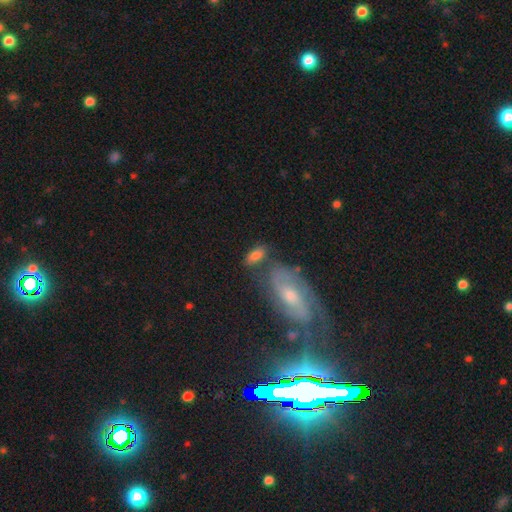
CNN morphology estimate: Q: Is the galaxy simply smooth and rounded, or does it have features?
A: smooth — 72%.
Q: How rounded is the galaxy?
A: in between — 82%.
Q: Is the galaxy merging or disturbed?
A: none — 58%.